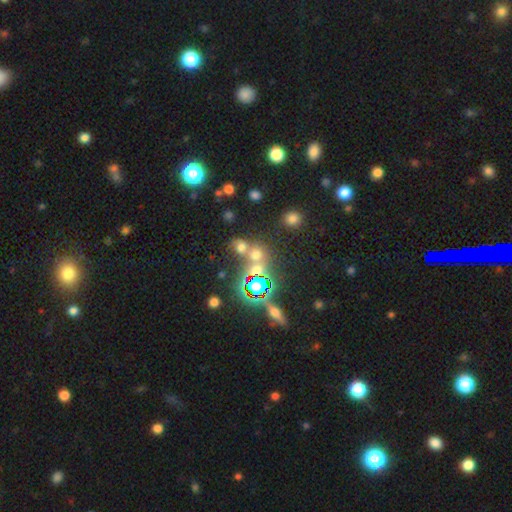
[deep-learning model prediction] Morphology: type=smooth (46%); merging=none (53%).